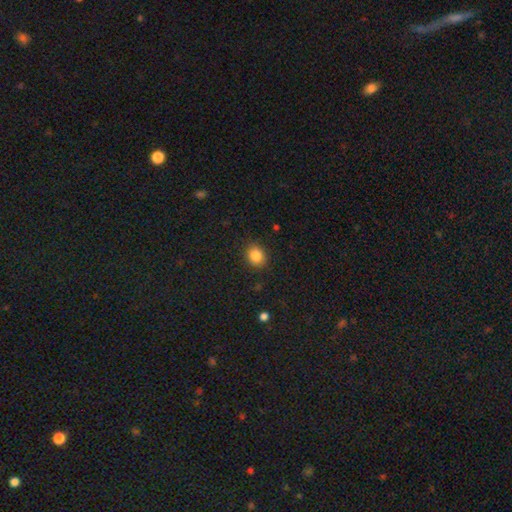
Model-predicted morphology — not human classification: A smooth galaxy with no disk features (84%) that is round (67%). Merging: none (89%).